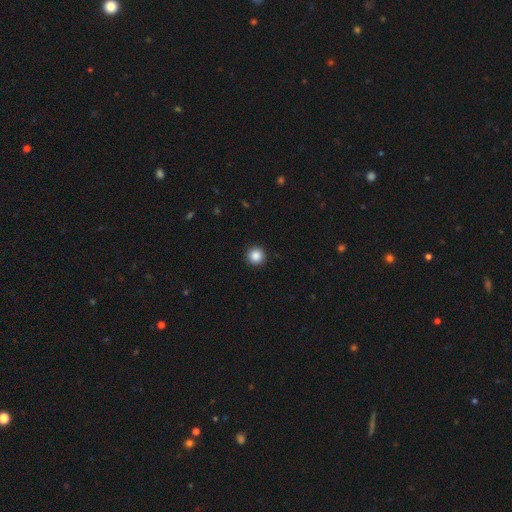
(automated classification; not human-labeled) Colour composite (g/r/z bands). It shows a smooth galaxy with no disk features (87%) that is round (96%). Merging: none (93%).